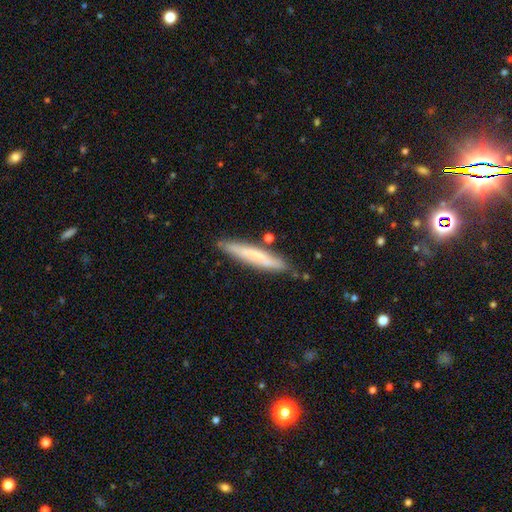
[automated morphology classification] type=smooth (57%); roundness=cigar-shaped (92%); merging=none (80%).